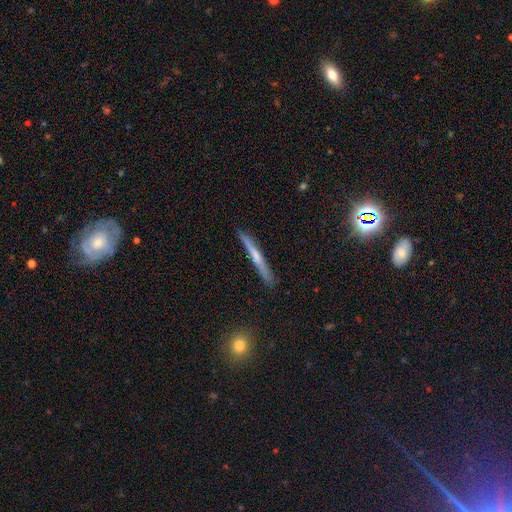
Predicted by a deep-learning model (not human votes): A featured or disk galaxy (51%) viewed edge-on (96%).

Vote fractions:
- Smooth or featured? featured or disk: 51% / smooth: 43% / star or artifact: 7%
- Edge-on disk? yes: 96% / no: 4%
- Merging? none: 88% / minor disturbance: 9% / major disturbance: 2% / merger: 1%